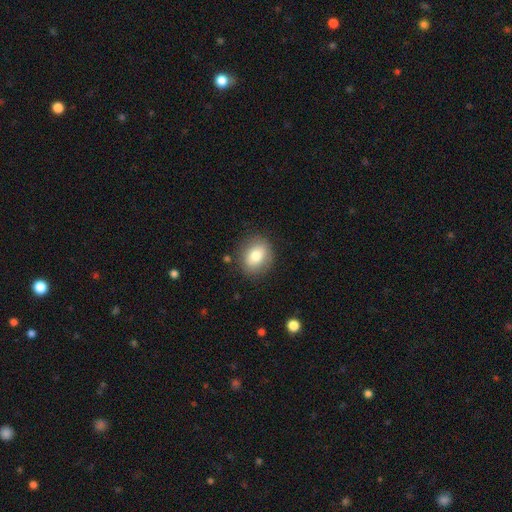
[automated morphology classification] Q: Smooth or featured?
A: smooth (76%); runner-up: featured or disk (15%)
Q: How rounded?
A: round (51%); runner-up: in between (47%)
Q: Merging?
A: none (84%); runner-up: minor disturbance (11%)